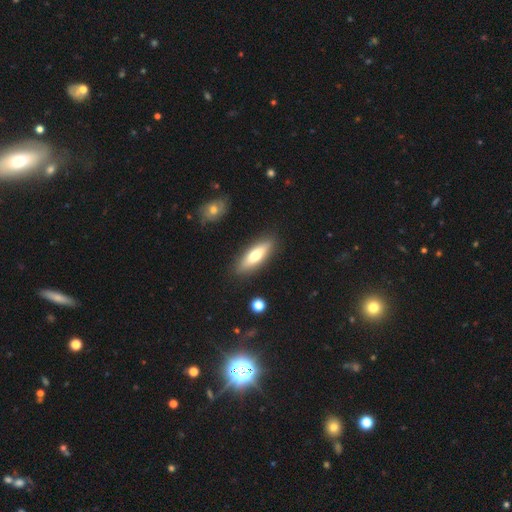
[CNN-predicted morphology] Q: Smooth or featured?
A: smooth (59%); runner-up: featured or disk (35%)
Q: How rounded?
A: cigar-shaped (51%); runner-up: in between (47%)
Q: Merging?
A: none (86%); runner-up: minor disturbance (9%)